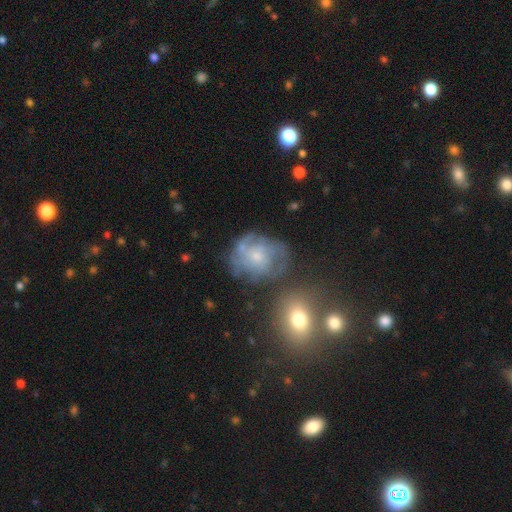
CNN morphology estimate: Smooth or featured? featured or disk (64%)
Edge-on disk? no (97%)
Bar? no (78%)
Spiral arms? yes (76%)
Bulge size? small (59%)
Merging? none (53%)